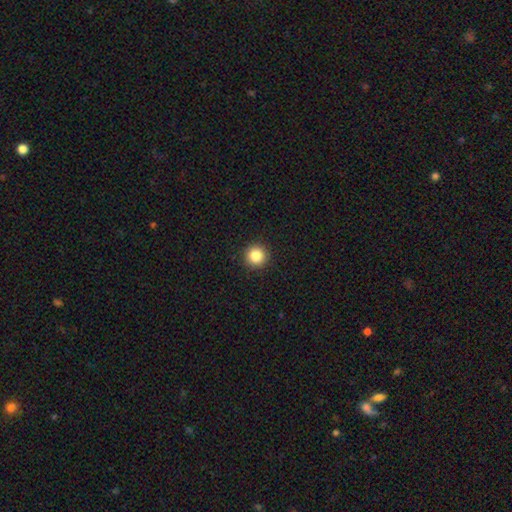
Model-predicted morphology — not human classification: Q: Smooth or featured?
A: smooth (85%); runner-up: star or artifact (11%)
Q: How rounded?
A: round (95%); runner-up: in between (4%)
Q: Merging?
A: none (93%); runner-up: minor disturbance (5%)